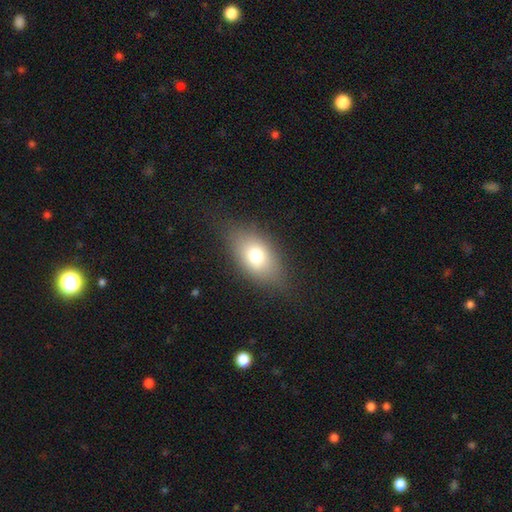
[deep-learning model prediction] smooth 72%, featured or disk 17%, star or artifact 10%. Down the decision tree: how rounded — in between (82%); merging — none (76%).